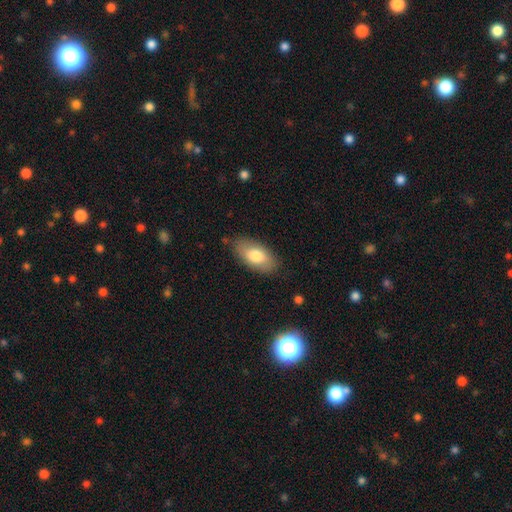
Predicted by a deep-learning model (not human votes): Smooth or featured? smooth (78%)
How rounded? in between (92%)
Merging? none (82%)